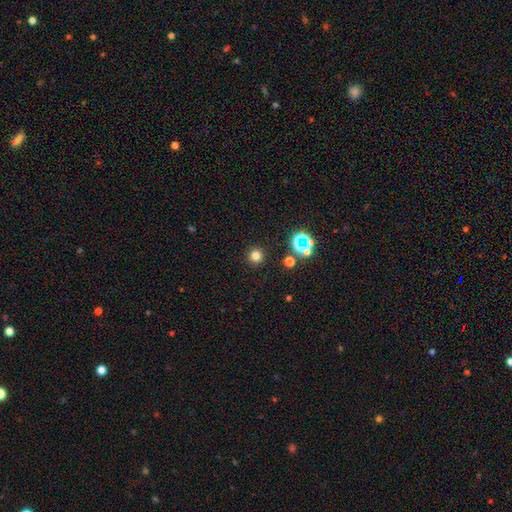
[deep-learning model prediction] This is likely a smooth galaxy (74%). How rounded: clearly round (95%). Merging: clearly none (91%).